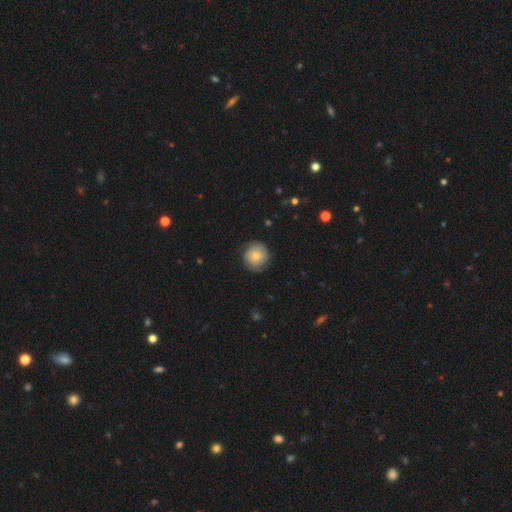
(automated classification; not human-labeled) smooth-or-featured: smooth: 72% | featured or disk: 21% | star or artifact: 7%
  how-rounded: round: 92% | in between: 7% | cigar-shaped: 1%
  merging: none: 80% | minor disturbance: 16% | major disturbance: 4% | merger: 1%